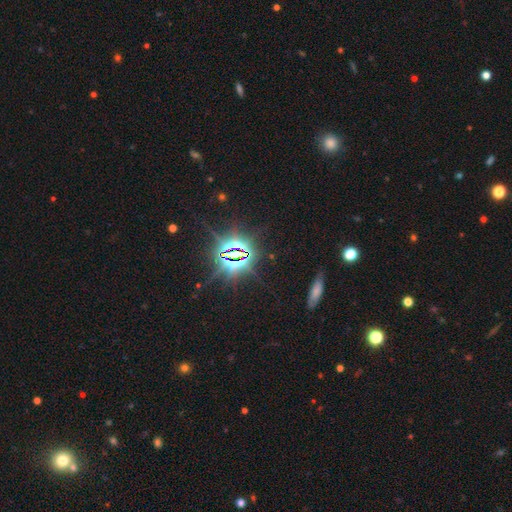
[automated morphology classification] The model was most divided on "smooth or featured": star or artifact: 80%, smooth: 11%, featured or disk: 9%.